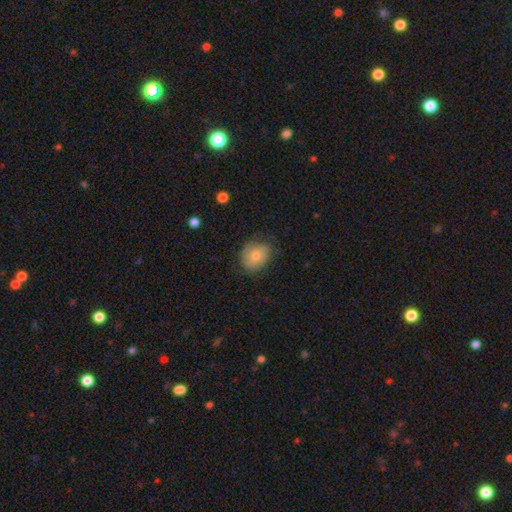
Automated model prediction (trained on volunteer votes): Smooth or featured: smooth — 66% (featured or disk — 26%)
How rounded: round — 52% (in between — 47%)
Merging: none — 66% (minor disturbance — 25%)